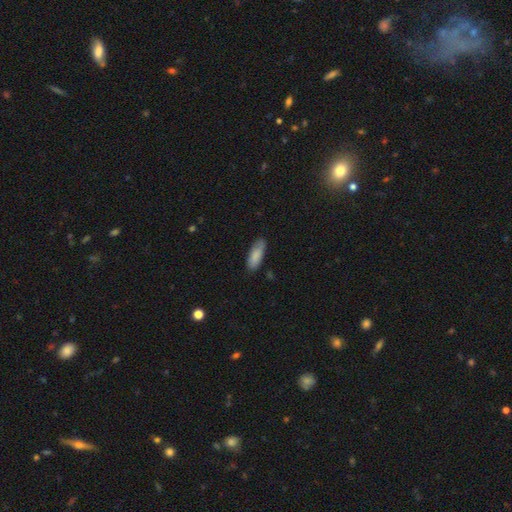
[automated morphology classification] This is clearly a smooth galaxy (84%). How rounded: likely in between (68%). Merging: likely none (79%).